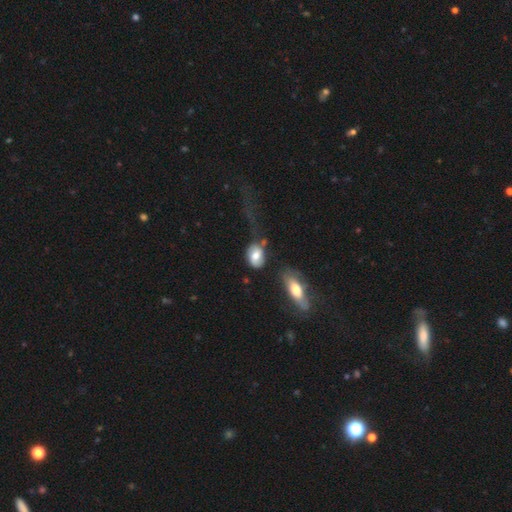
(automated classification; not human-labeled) smooth 63%, featured or disk 30%, star or artifact 7%. Down the decision tree: how rounded — in between (71%); merging — none (44%).